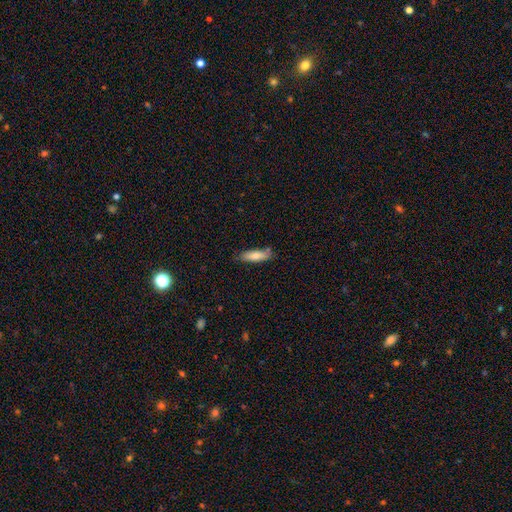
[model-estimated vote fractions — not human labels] The model was most divided on "how rounded": cigar-shaped: 57%, in between: 41%, round: 2%. More confident: smooth or featured — smooth (80%); merging — none (76%).